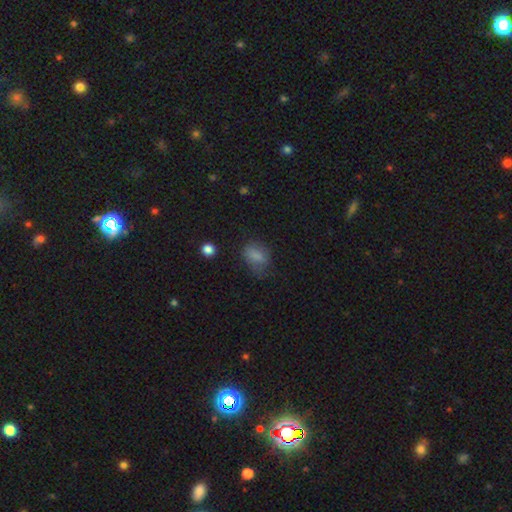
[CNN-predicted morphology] Smooth or featured: smooth — 77% (featured or disk — 12%)
How rounded: in between — 75% (round — 23%)
Merging: none — 53% (minor disturbance — 29%)